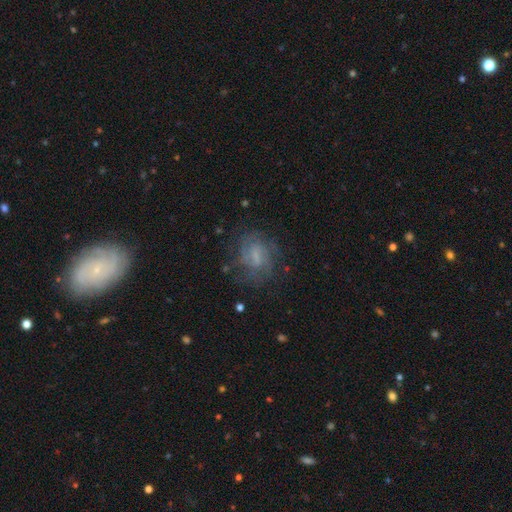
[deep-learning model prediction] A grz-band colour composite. It shows a featured or disk galaxy (59%) with a weak bar (51%), spiral arms (79%) and no central bulge (38%). Merging: none (65%).